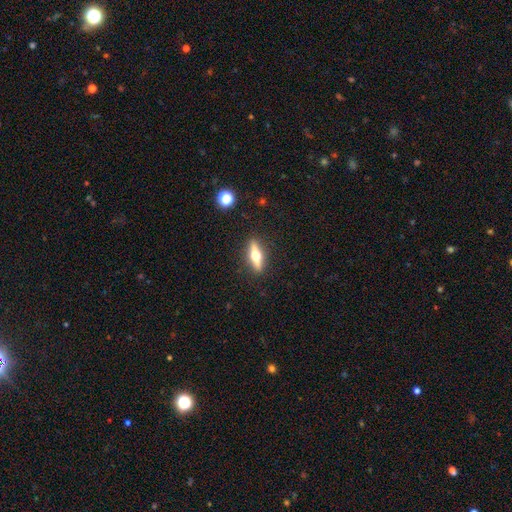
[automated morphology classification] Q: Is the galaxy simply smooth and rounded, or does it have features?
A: featured or disk — 63%.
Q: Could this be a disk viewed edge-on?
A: yes — 94%.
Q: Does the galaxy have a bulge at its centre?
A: rounded — 96%.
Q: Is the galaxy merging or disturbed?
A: none — 90%.